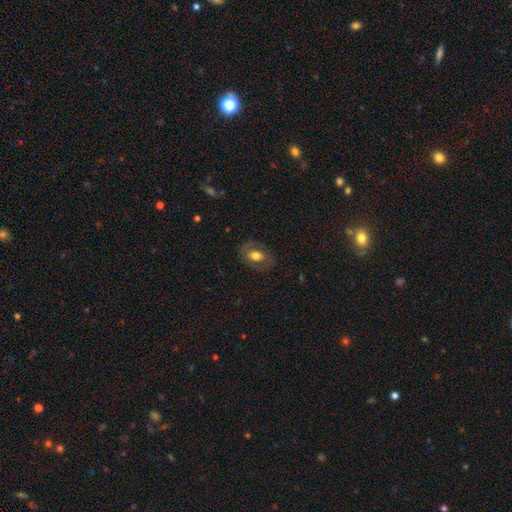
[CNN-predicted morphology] Smooth or featured? smooth (53%)
How rounded? in between (82%)
Merging? none (75%)